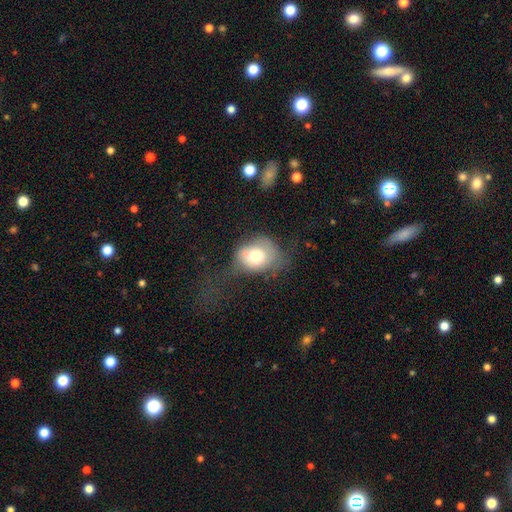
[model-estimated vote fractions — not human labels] smooth-or-featured: smooth: 66% | featured or disk: 24% | star or artifact: 10%
  how-rounded: round: 52% | in between: 47% | cigar-shaped: 1%
  merging: major disturbance: 39% | none: 28% | minor disturbance: 28% | merger: 5%